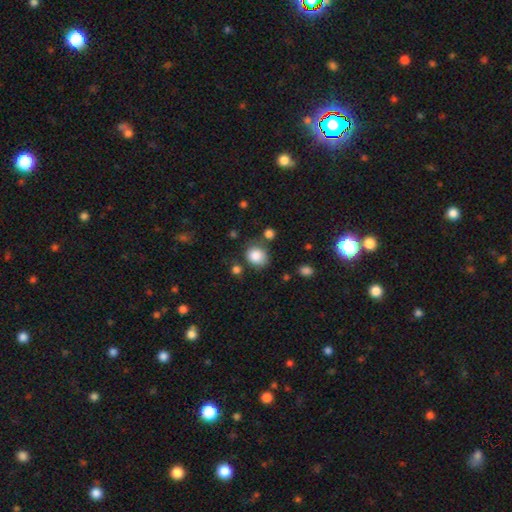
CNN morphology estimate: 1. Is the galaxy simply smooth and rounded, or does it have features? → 86% smooth, 9% star or artifact, 5% featured or disk.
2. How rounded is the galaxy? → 69% round, 30% in between, 1% cigar-shaped.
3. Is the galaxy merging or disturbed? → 69% none, 18% minor disturbance, 8% merger, 5% major disturbance.